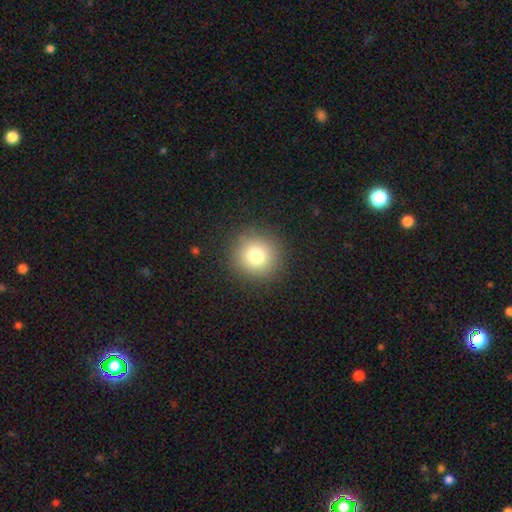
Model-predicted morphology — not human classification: Smooth or featured? smooth (79%)
How rounded? round (93%)
Merging? none (90%)